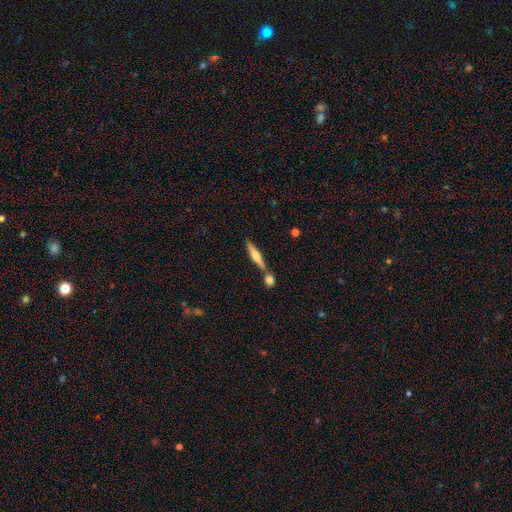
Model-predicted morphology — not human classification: A featured or disk galaxy (51%) viewed edge-on (95%). Merging: none (66%).